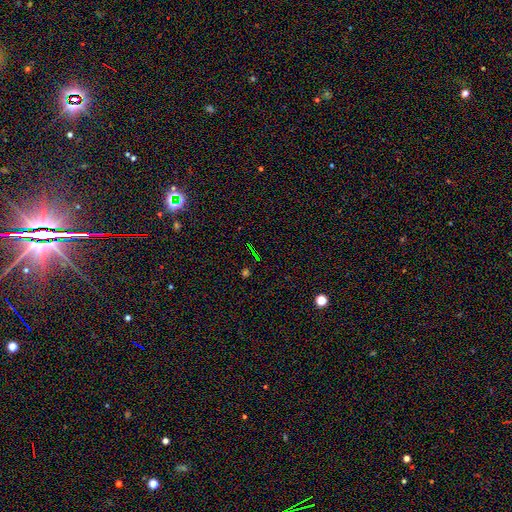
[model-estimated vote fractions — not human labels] Smooth or featured: star or artifact — 71% (smooth — 18%)